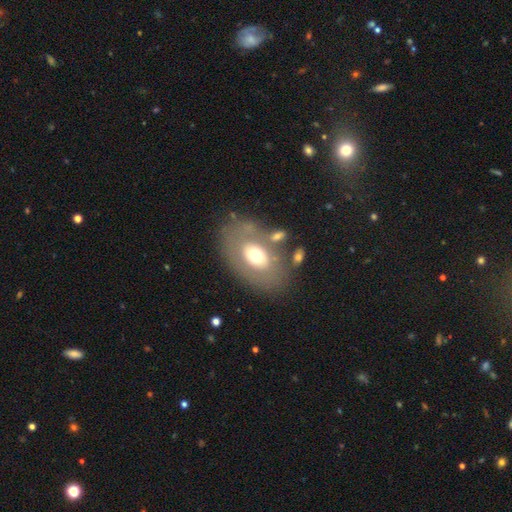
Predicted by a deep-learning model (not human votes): A smooth galaxy with no disk features (55%) that is in between round and cigar-shaped (85%).

Vote fractions:
- Smooth or featured? smooth: 55% / featured or disk: 37% / star or artifact: 8%
- How rounded? in between: 85% / round: 14% / cigar-shaped: 1%
- Merging? none: 69% / minor disturbance: 14% / major disturbance: 8% / merger: 8%